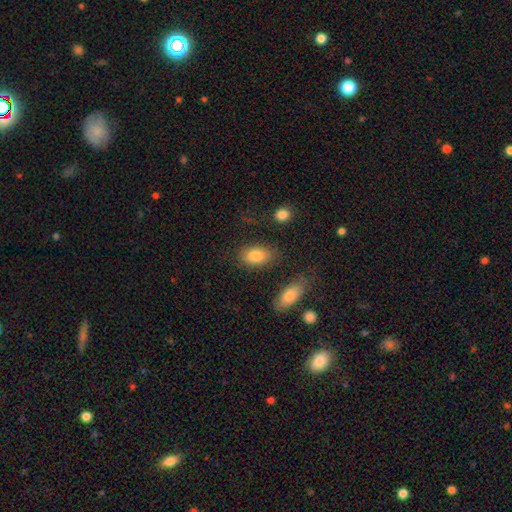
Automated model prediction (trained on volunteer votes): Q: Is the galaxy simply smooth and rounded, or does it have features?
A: smooth — 83%.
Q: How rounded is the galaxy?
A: in between — 88%.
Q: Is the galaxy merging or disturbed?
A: none — 75%.